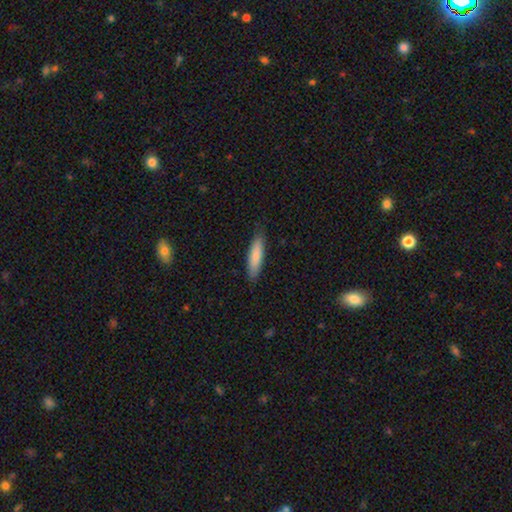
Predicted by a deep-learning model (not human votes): This is clearly a smooth galaxy (82%). How rounded: likely cigar-shaped (68%). Merging: clearly none (83%).